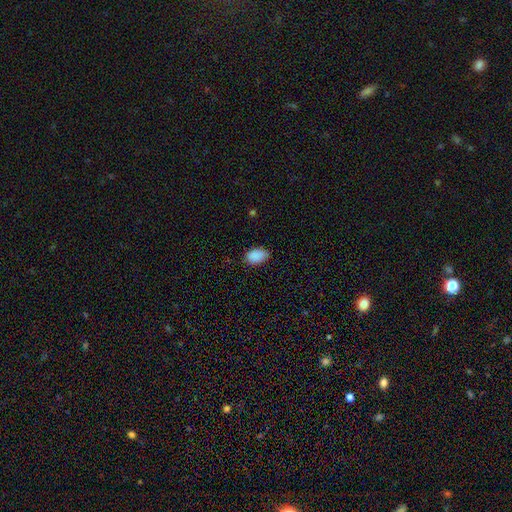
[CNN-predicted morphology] smooth 89%, star or artifact 8%, featured or disk 3%. Down the decision tree: how rounded — in between (90%); merging — none (75%).